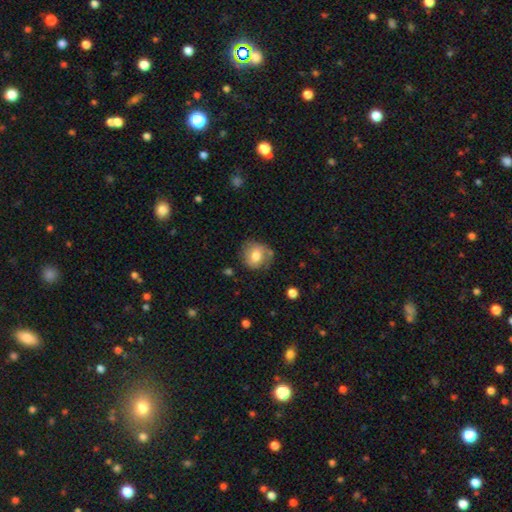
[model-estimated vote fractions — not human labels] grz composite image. It shows a smooth galaxy with no disk features (75%) that is round (81%). Merging: none (70%).